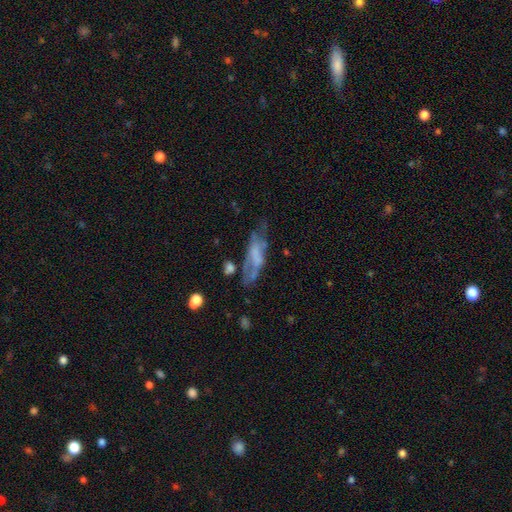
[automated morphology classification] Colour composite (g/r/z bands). It shows a featured or disk galaxy (52%). Merging: none (39%).